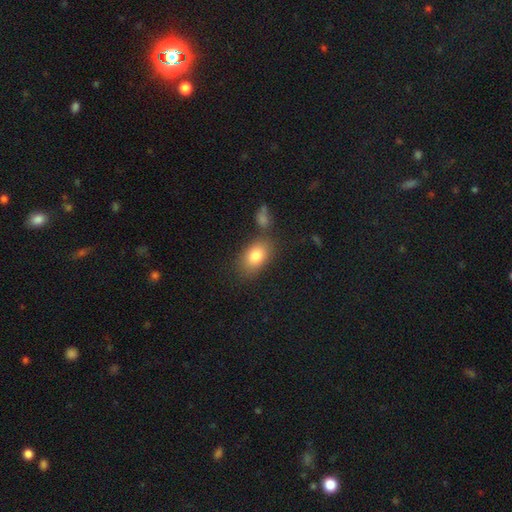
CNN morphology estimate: This is clearly a smooth galaxy (81%). How rounded: clearly in between (85%). Merging: likely none (73%).